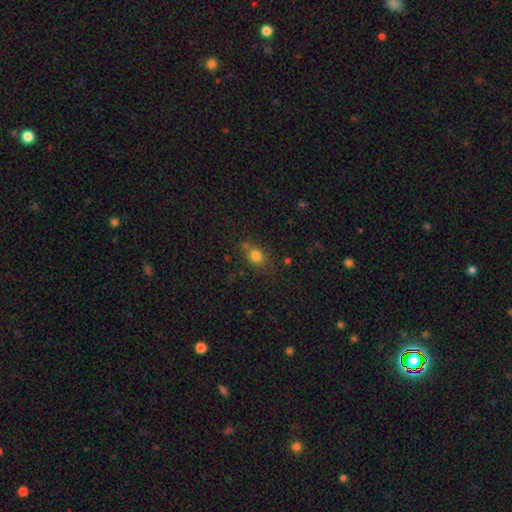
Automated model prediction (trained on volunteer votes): Smooth or featured?
  - smooth: 79% *
  - star or artifact: 13%
  - featured or disk: 8%
How rounded?
  - round: 50% *
  - in between: 48%
  - cigar-shaped: 2%
Merging?
  - none: 65% *
  - minor disturbance: 19%
  - merger: 10%
  - major disturbance: 6%